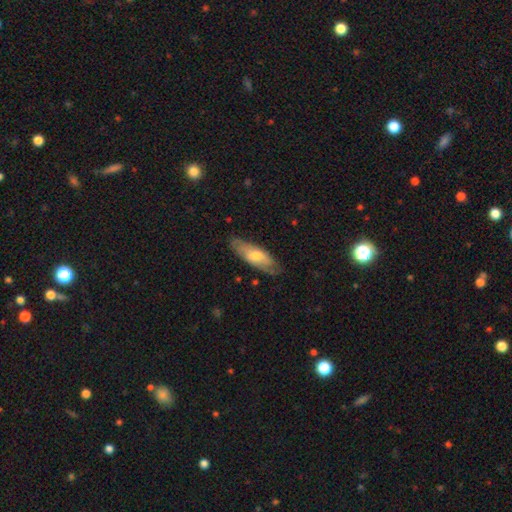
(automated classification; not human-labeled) Q: Smooth or featured?
A: smooth (59%); runner-up: featured or disk (35%)
Q: How rounded?
A: in between (62%); runner-up: cigar-shaped (37%)
Q: Merging?
A: none (74%); runner-up: minor disturbance (20%)